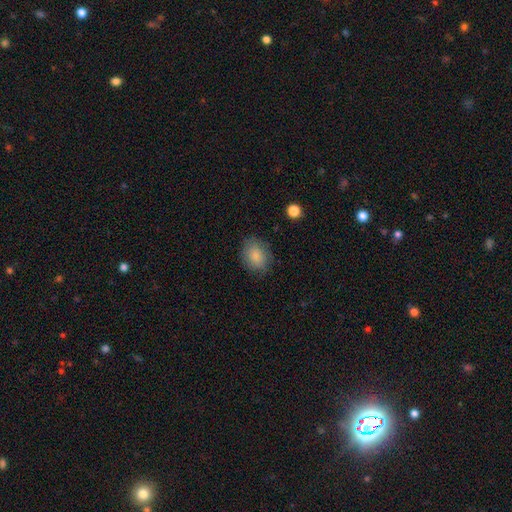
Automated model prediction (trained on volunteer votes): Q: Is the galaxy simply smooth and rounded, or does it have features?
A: smooth — 85%.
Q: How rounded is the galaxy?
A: in between — 56%.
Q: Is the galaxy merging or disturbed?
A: none — 79%.